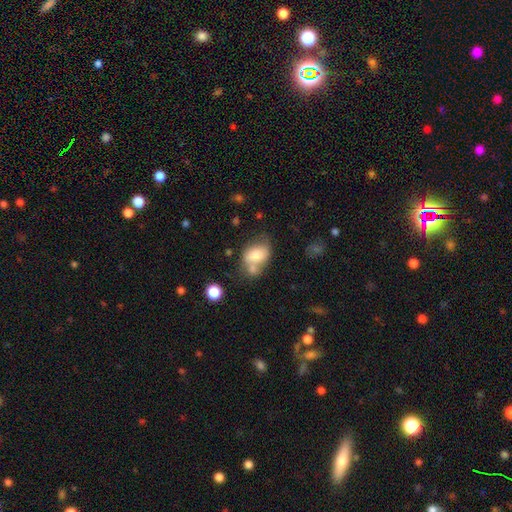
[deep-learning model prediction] Smooth or featured? smooth (72%)
How rounded? in between (75%)
Merging? merger (40%)